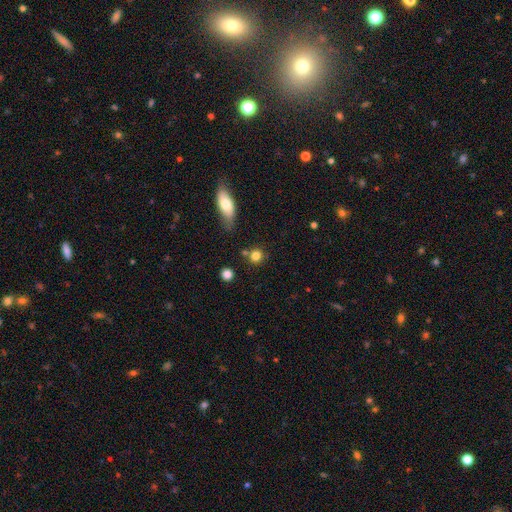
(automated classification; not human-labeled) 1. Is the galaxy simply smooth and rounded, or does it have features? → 81% smooth, 11% star or artifact, 7% featured or disk.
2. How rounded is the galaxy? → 87% round, 12% in between, 2% cigar-shaped.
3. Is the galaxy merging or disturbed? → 74% none, 11% minor disturbance, 11% merger, 4% major disturbance.